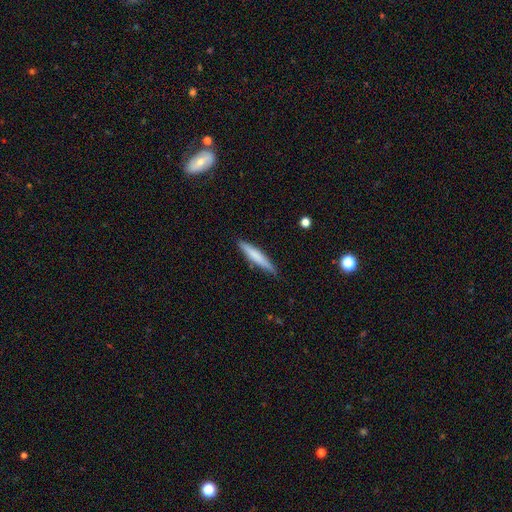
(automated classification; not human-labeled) Smooth or featured? smooth (69%)
How rounded? cigar-shaped (92%)
Merging? none (86%)